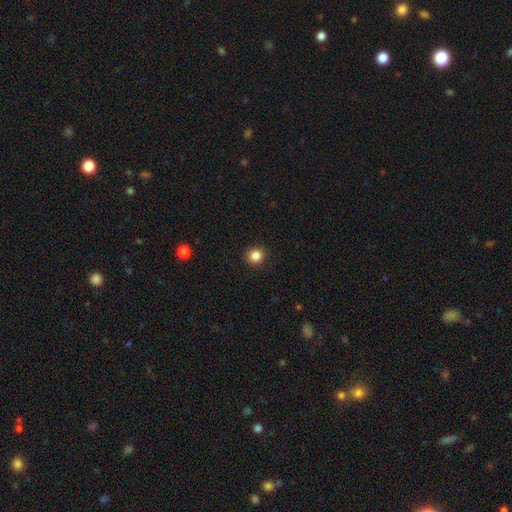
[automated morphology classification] This appears to be a smooth galaxy with no disk features (85%) that is round (93%). Merging: none (93%).